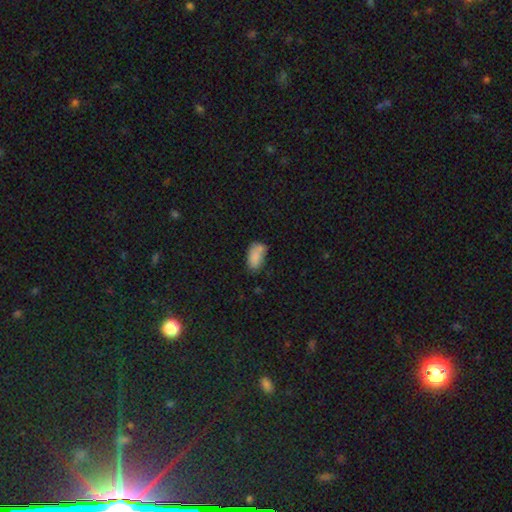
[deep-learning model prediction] A smooth galaxy with no disk features (82%) that is in between round and cigar-shaped (92%).

Vote fractions:
- Smooth or featured? smooth: 82% / star or artifact: 9% / featured or disk: 9%
- How rounded? in between: 92% / round: 4% / cigar-shaped: 4%
- Merging? none: 52% / minor disturbance: 30% / major disturbance: 10% / merger: 8%